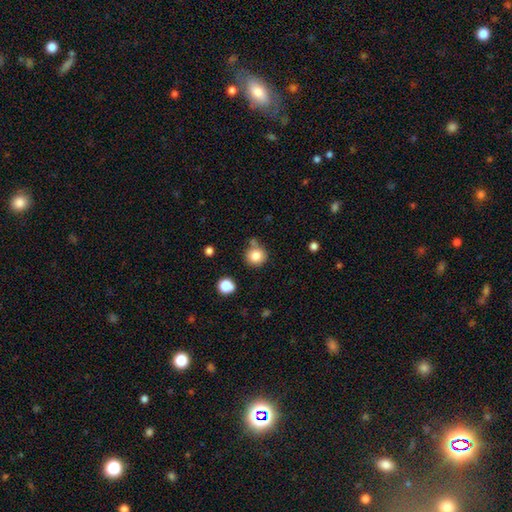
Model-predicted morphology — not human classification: smooth 82%, star or artifact 11%, featured or disk 7%. Down the decision tree: how rounded — round (92%); merging — none (71%).